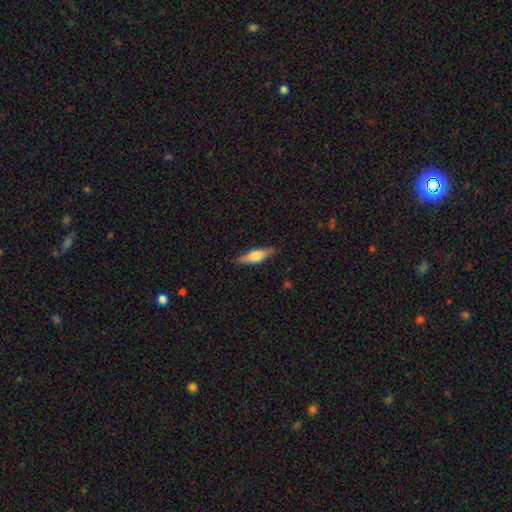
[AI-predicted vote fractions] A smooth galaxy with no disk features (55%) that is cigar-shaped (57%).

Vote fractions:
- Smooth or featured? smooth: 55% / featured or disk: 39% / star or artifact: 6%
- How rounded? cigar-shaped: 57% / in between: 40% / round: 3%
- Merging? none: 84% / minor disturbance: 12% / major disturbance: 2% / merger: 1%